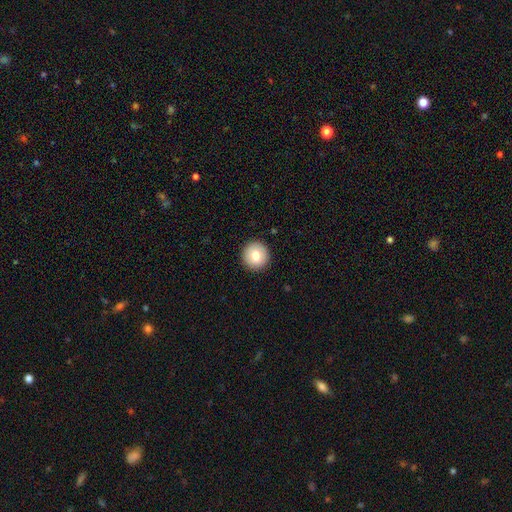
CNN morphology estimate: Smooth or featured: smooth — 77% (featured or disk — 14%)
How rounded: round — 95% (in between — 4%)
Merging: none — 92% (minor disturbance — 5%)